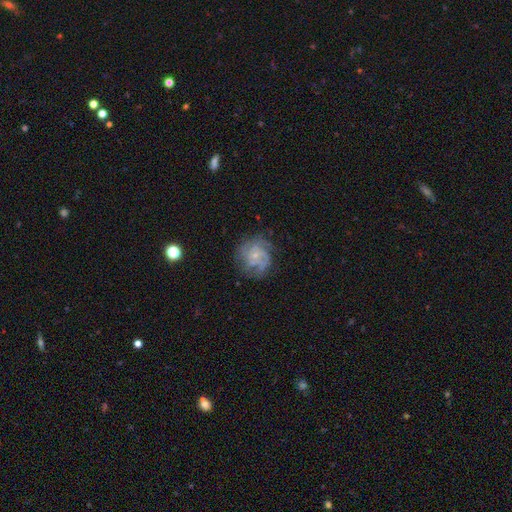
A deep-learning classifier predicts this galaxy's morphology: Smooth or featured? featured or disk (77%)
Edge-on disk? no (98%)
Bar? no (73%)
Spiral arms? yes (91%)
Spiral winding? tight (57%)
Spiral arm count? can't tell (33%)
Bulge size? small (76%)
Merging? none (67%)